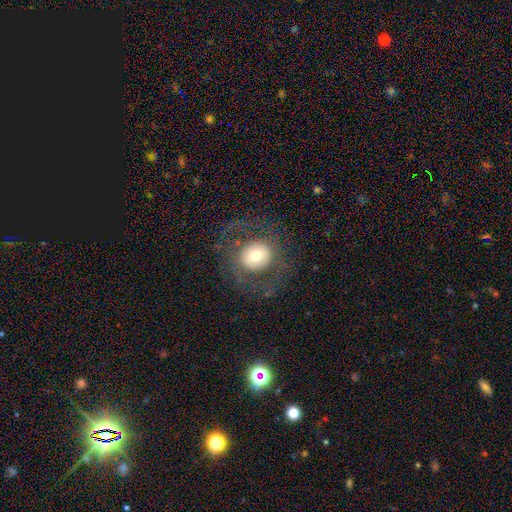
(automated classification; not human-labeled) Smooth or featured: smooth — 53% (featured or disk — 37%)
How rounded: round — 84% (in between — 15%)
Merging: none — 71% (major disturbance — 16%)